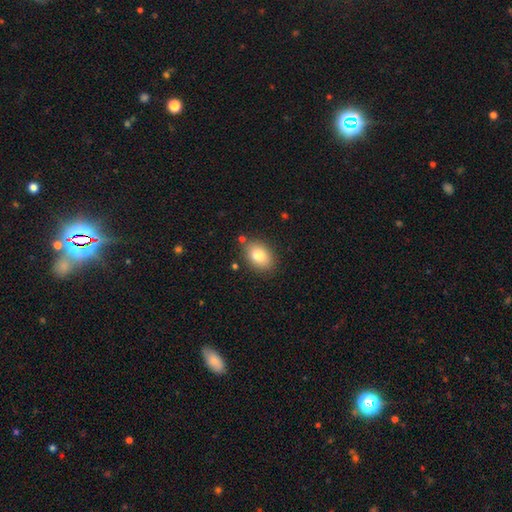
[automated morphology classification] Overall: smooth (82%). How rounded: in between (82%). Merging: none (81%).